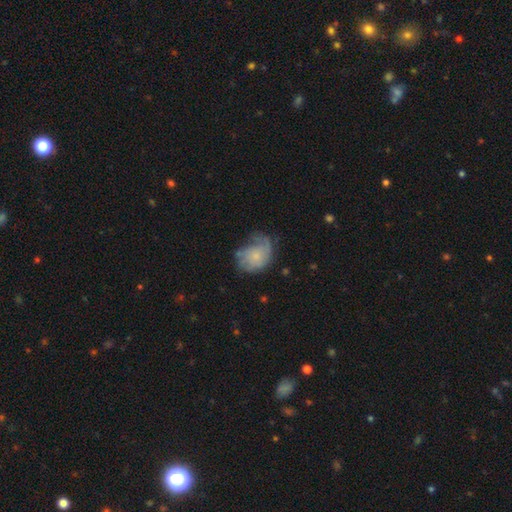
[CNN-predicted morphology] A smooth galaxy with no disk features (48%).

Vote fractions:
- Smooth or featured? smooth: 48% / featured or disk: 44% / star or artifact: 8%
- Merging? none: 36% / minor disturbance: 32% / major disturbance: 29% / merger: 3%